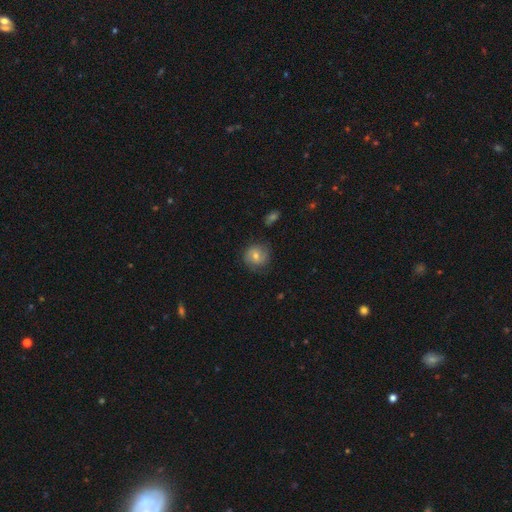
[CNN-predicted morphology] Smooth or featured: smooth — 53% (featured or disk — 38%)
How rounded: round — 84% (in between — 15%)
Merging: none — 72% (minor disturbance — 20%)